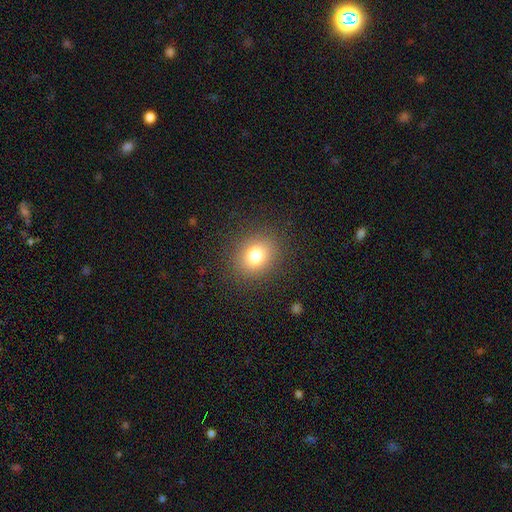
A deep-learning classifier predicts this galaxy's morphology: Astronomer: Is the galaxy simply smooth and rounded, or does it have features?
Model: smooth — 79%.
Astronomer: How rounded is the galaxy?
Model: round — 62%.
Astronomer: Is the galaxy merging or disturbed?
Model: none — 87%.